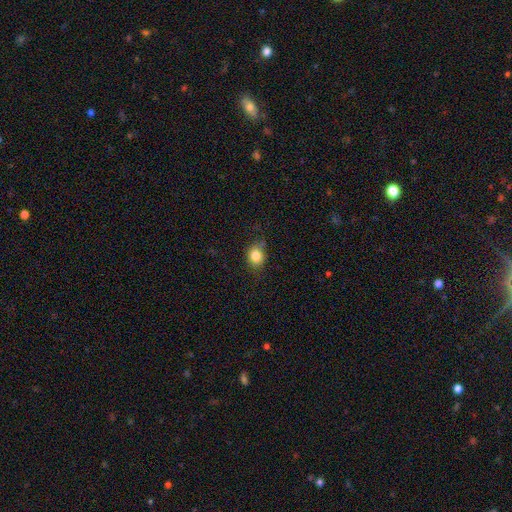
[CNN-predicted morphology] smooth_or_featured: smooth (p=0.83) [alt: star or artifact p=0.10]
how_rounded: round (p=0.56) [alt: in between p=0.43]
merging: none (p=0.70) [alt: minor disturbance p=0.23]